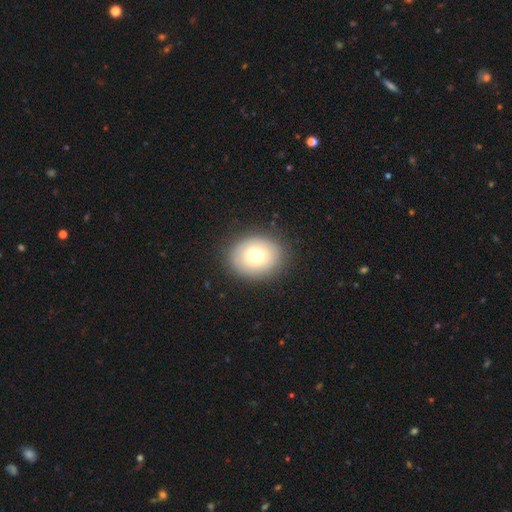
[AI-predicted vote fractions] smooth 72%, featured or disk 18%, star or artifact 10%. Down the decision tree: how rounded — round (61%); merging — none (88%).